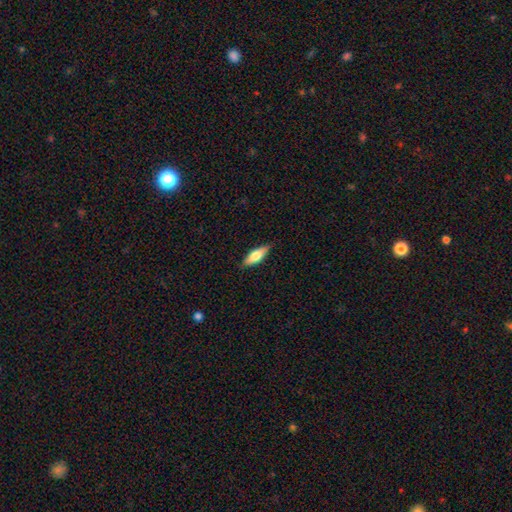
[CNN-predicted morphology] Q: Smooth or featured?
A: smooth (58%); runner-up: featured or disk (36%)
Q: How rounded?
A: in between (58%); runner-up: cigar-shaped (39%)
Q: Merging?
A: none (86%); runner-up: minor disturbance (11%)